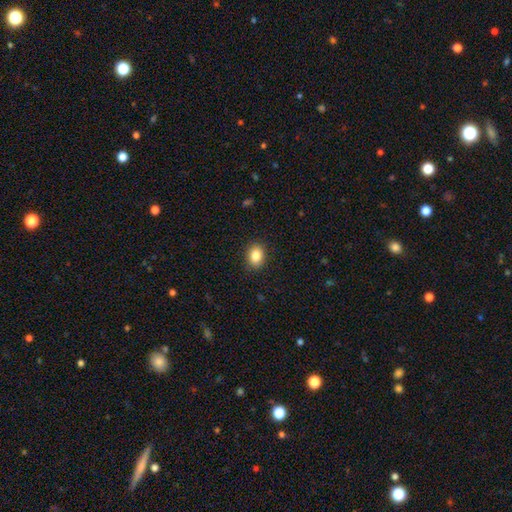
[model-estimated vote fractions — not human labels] Smooth or featured: smooth — 85% (star or artifact — 9%)
How rounded: in between — 63% (round — 36%)
Merging: none — 89% (minor disturbance — 8%)